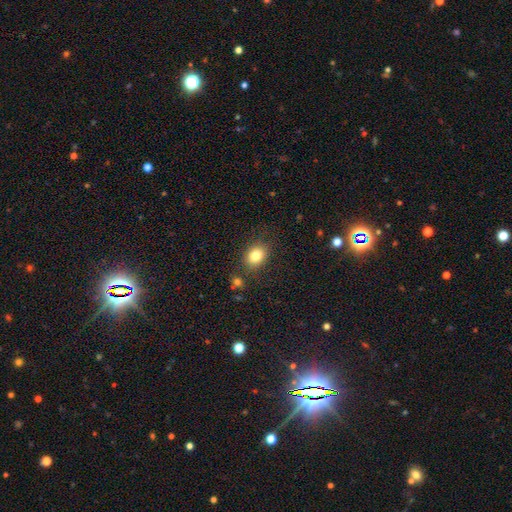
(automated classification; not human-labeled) Smooth or featured: smooth — 81% (star or artifact — 10%)
How rounded: in between — 59% (round — 40%)
Merging: none — 81% (minor disturbance — 12%)